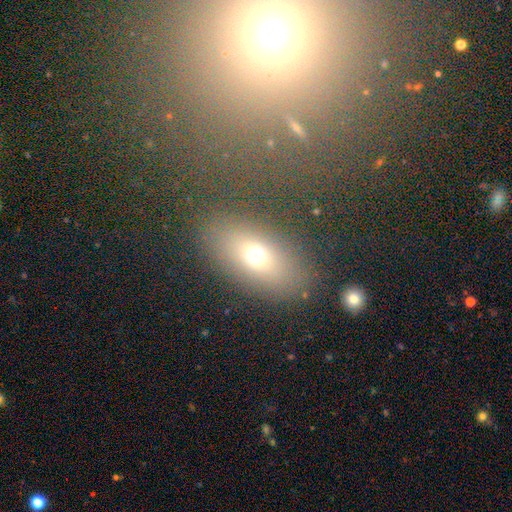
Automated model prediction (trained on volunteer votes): Smooth or featured?
  - smooth: 66% *
  - featured or disk: 19%
  - star or artifact: 15%
How rounded?
  - in between: 82% *
  - round: 12%
  - cigar-shaped: 7%
Merging?
  - none: 79% *
  - minor disturbance: 11%
  - major disturbance: 6%
  - merger: 3%